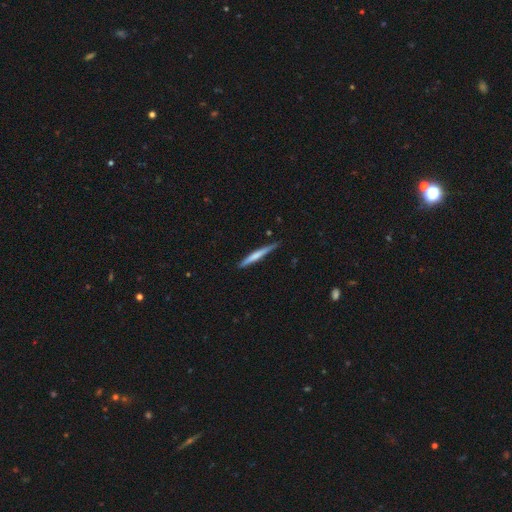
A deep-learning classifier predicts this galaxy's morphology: Q: Smooth or featured?
A: smooth (54%); runner-up: featured or disk (41%)
Q: How rounded?
A: cigar-shaped (96%); runner-up: in between (3%)
Q: Merging?
A: none (83%); runner-up: minor disturbance (14%)